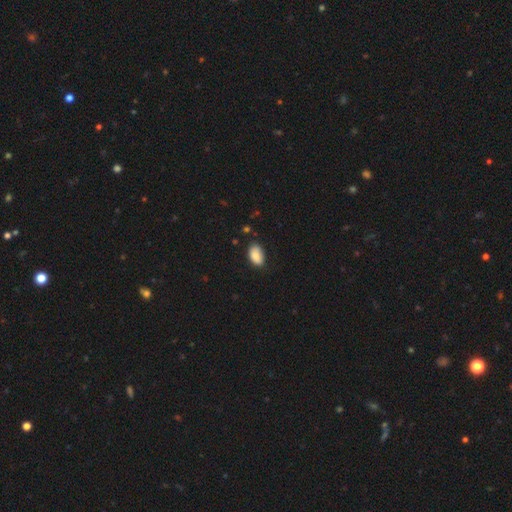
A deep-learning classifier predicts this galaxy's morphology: Smooth or featured: smooth — 87% (star or artifact — 7%)
How rounded: in between — 93% (round — 6%)
Merging: none — 73% (minor disturbance — 22%)